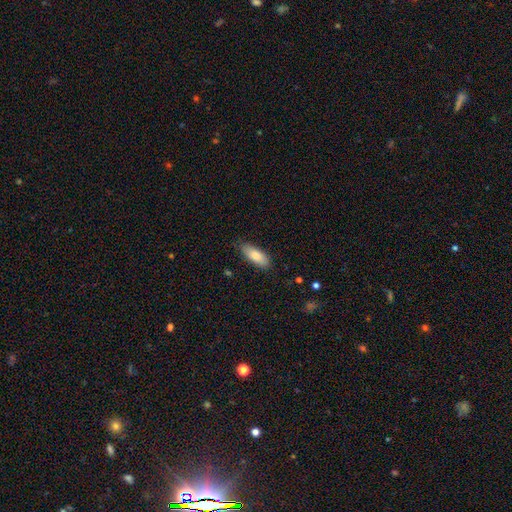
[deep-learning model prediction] This is clearly a smooth galaxy (84%). How rounded: likely in between (73%). Merging: clearly none (80%).